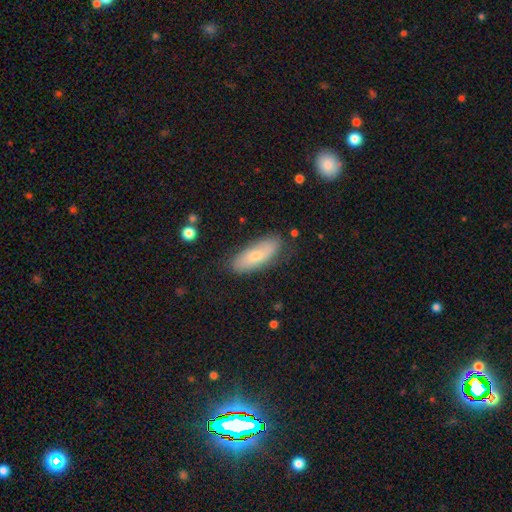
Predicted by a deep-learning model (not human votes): Overall: smooth (59%; featured or disk 34%). How rounded: in between (71%). Merging: none (76%).